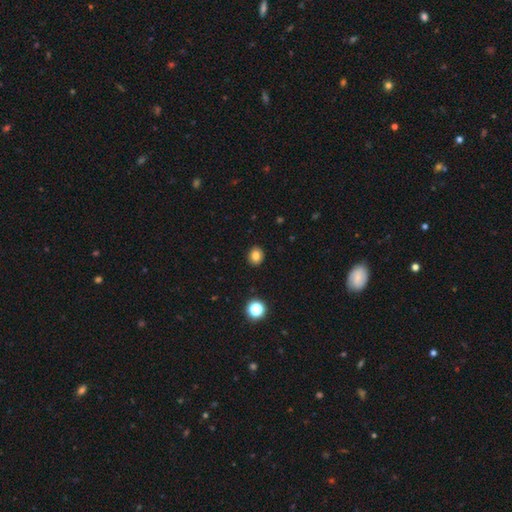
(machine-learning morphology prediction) Smooth or featured? smooth (82%)
How rounded? round (70%)
Merging? none (91%)